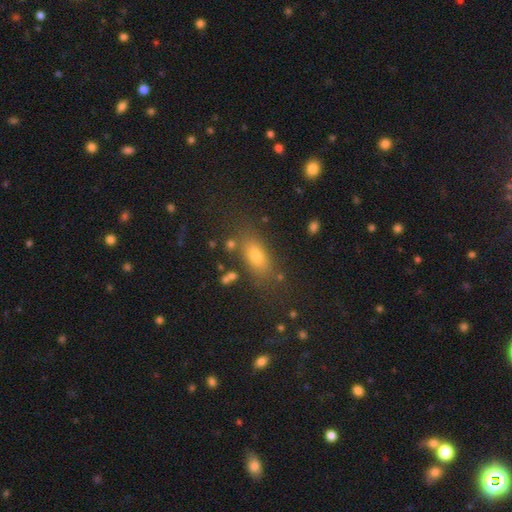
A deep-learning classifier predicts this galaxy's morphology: smooth 74%, star or artifact 14%, featured or disk 12%. Down the decision tree: how rounded — in between (78%); merging — none (77%).